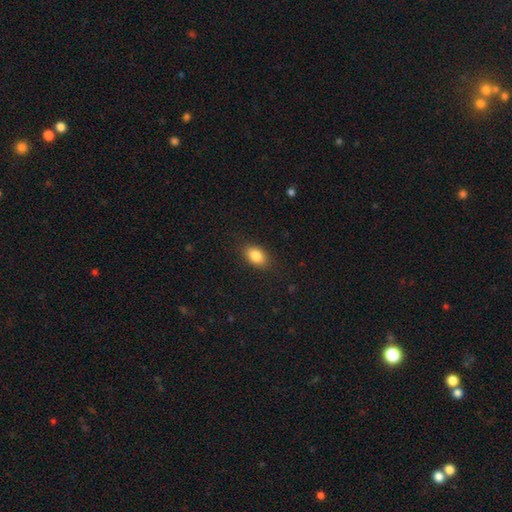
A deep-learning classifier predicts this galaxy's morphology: smooth-or-featured: smooth: 84% | star or artifact: 8% | featured or disk: 7%
  how-rounded: in between: 86% | round: 12% | cigar-shaped: 2%
  merging: none: 87% | minor disturbance: 9% | major disturbance: 2% | merger: 1%